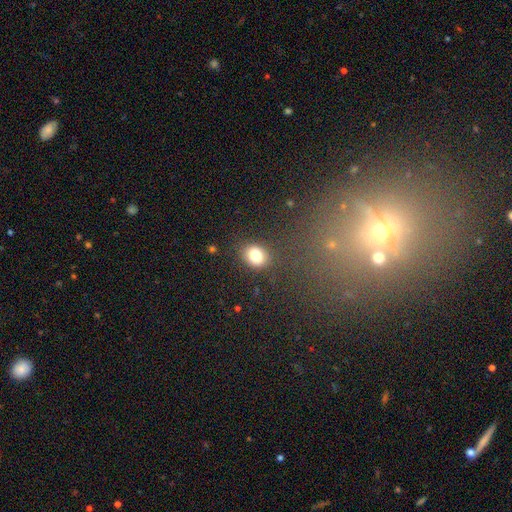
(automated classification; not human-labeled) This is clearly a smooth galaxy (80%). How rounded: possibly in between (57%). Merging: clearly none (82%).